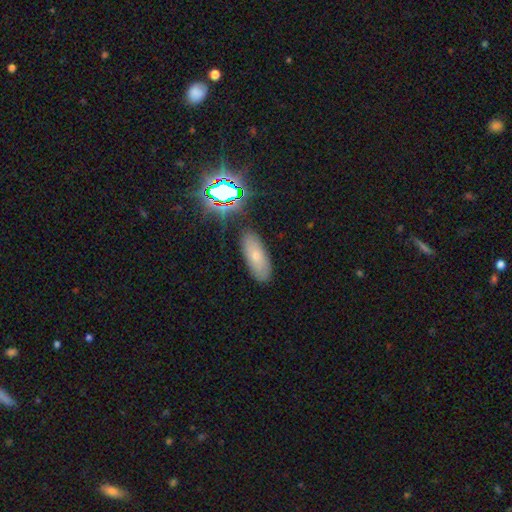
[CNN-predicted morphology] smooth-or-featured: smooth: 65% | featured or disk: 21% | star or artifact: 14%
  how-rounded: in between: 74% | cigar-shaped: 22% | round: 4%
  merging: none: 84% | minor disturbance: 11% | major disturbance: 3% | merger: 2%